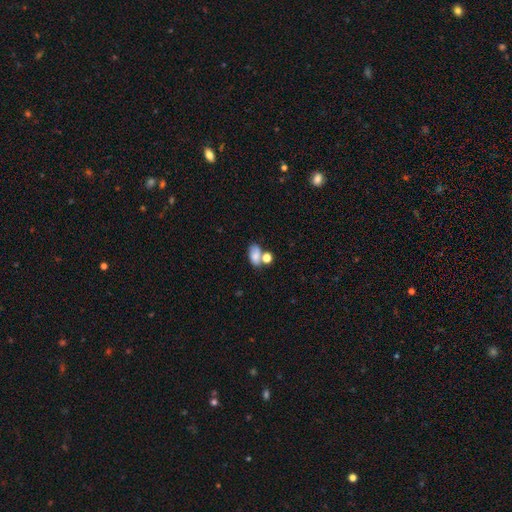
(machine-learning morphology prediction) smooth 73%, featured or disk 15%, star or artifact 11%. Down the decision tree: how rounded — in between (84%); merging — merger (39%).